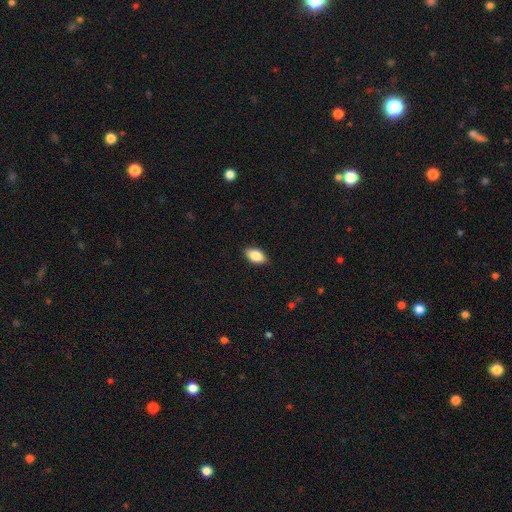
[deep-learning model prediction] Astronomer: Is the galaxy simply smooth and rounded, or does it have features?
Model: smooth — 84%.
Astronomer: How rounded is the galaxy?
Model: in between — 92%.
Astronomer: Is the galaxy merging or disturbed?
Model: none — 88%.